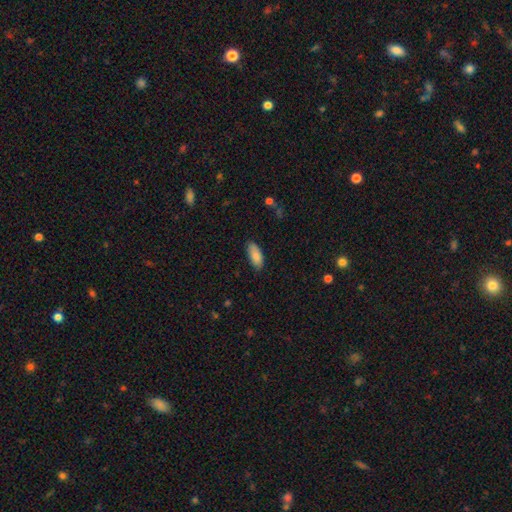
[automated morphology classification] The model was most divided on "merging": none: 81%, minor disturbance: 15%, major disturbance: 2%, merger: 1%. More confident: smooth or featured — smooth (86%); how rounded — in between (85%).